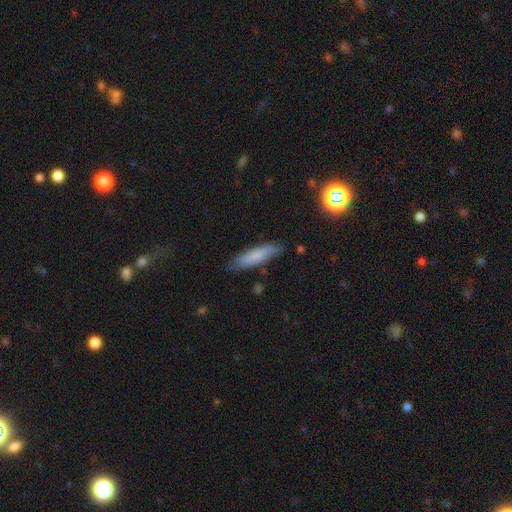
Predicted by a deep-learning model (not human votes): Smooth or featured? smooth (76%)
How rounded? cigar-shaped (77%)
Merging? none (81%)